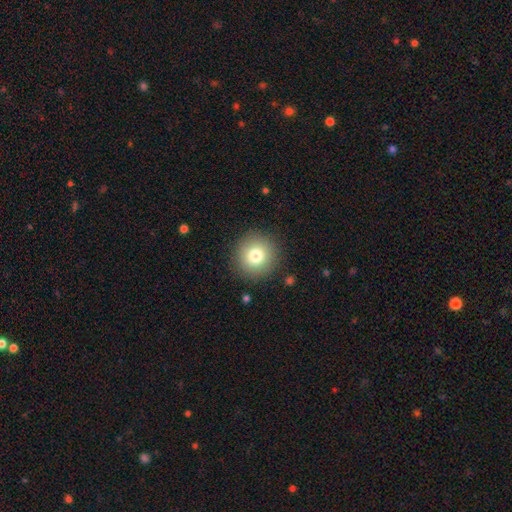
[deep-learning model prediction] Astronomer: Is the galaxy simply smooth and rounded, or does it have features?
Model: smooth — 78%.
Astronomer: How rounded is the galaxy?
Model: round — 95%.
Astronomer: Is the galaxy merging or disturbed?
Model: none — 89%.